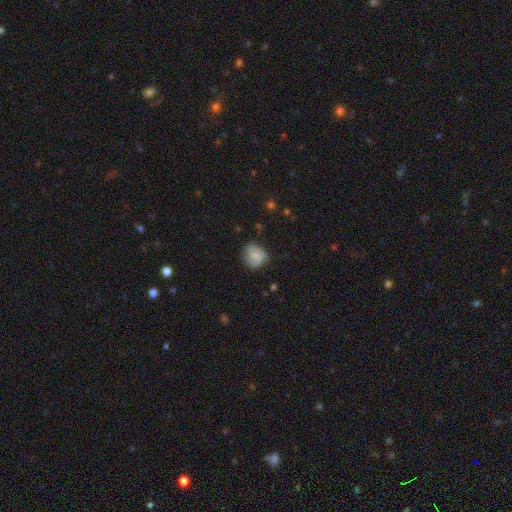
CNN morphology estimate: Smooth or featured? smooth (57%)
How rounded? round (75%)
Merging? none (65%)